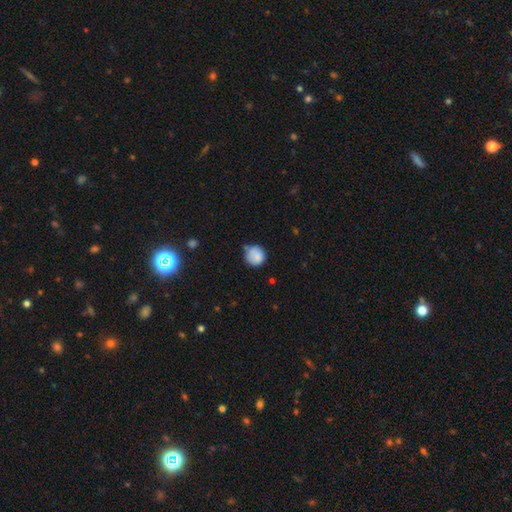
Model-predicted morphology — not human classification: This is clearly a smooth galaxy (85%). How rounded: clearly round (92%). Merging: likely none (70%).